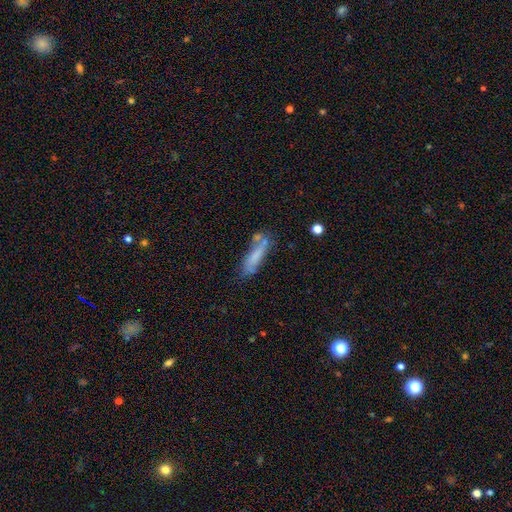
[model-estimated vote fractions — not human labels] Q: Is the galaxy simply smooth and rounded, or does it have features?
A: smooth — 60%.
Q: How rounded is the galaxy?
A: cigar-shaped — 69%.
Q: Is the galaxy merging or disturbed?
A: none — 51%.